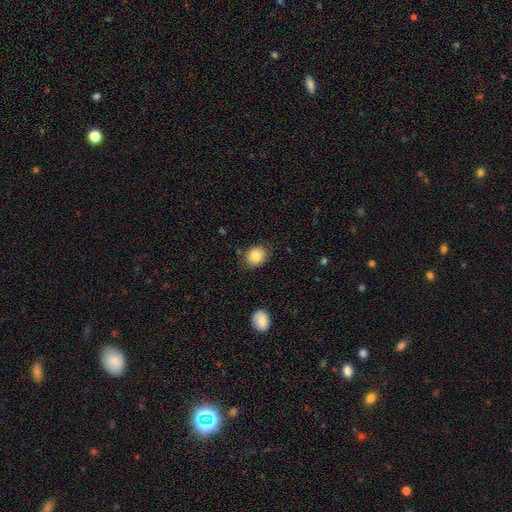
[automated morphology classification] smooth-or-featured: smooth: 83% | star or artifact: 9% | featured or disk: 8%
  how-rounded: round: 55% | in between: 44% | cigar-shaped: 1%
  merging: none: 80% | minor disturbance: 15% | major disturbance: 3% | merger: 2%